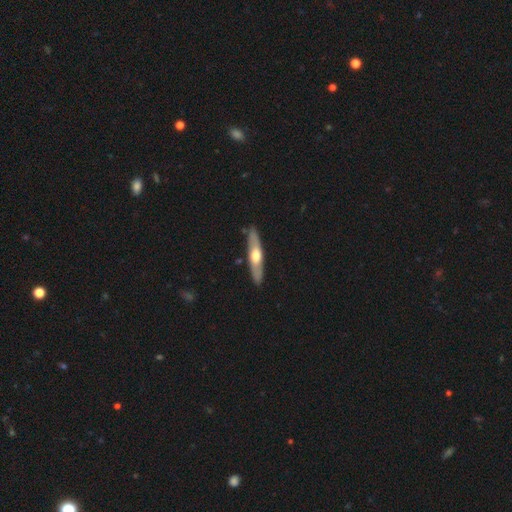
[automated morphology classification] Q: Smooth or featured?
A: featured or disk (51%); runner-up: smooth (44%)
Q: Edge-on disk?
A: yes (81%); runner-up: no (19%)
Q: Merging?
A: none (87%); runner-up: minor disturbance (10%)